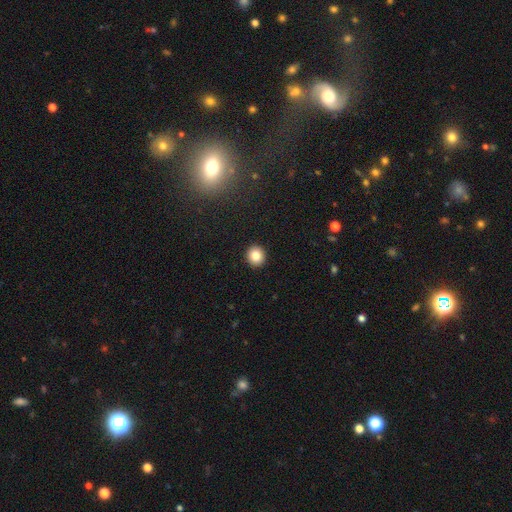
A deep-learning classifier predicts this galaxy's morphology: smooth_or_featured: smooth (p=0.84) [alt: star or artifact p=0.10]
how_rounded: round (p=0.88) [alt: in between p=0.11]
merging: none (p=0.93) [alt: minor disturbance p=0.04]